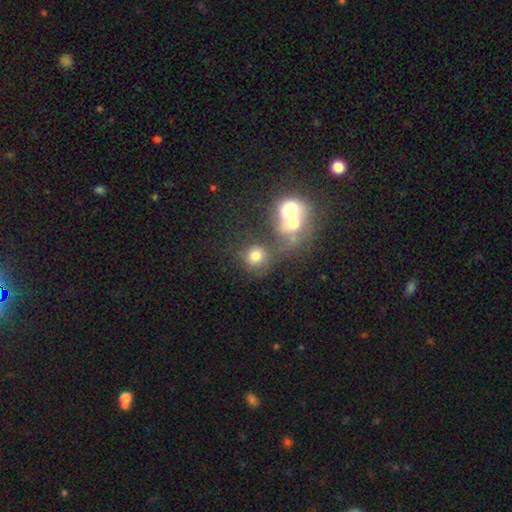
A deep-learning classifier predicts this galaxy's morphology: This is likely a smooth galaxy (73%). How rounded: clearly round (82%). Merging: possibly none (45%).